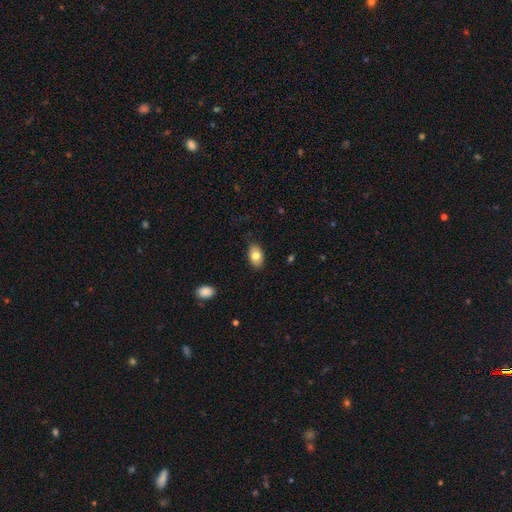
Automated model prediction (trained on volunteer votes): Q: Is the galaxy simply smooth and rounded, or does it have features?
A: smooth — 79%.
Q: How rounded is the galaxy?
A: in between — 91%.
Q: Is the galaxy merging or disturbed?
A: none — 83%.